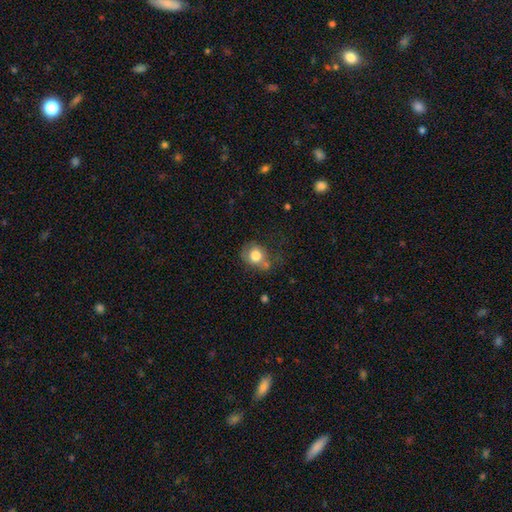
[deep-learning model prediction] This appears to be a smooth galaxy with no disk features (77%) that is round (68%). Merging: none (46%).